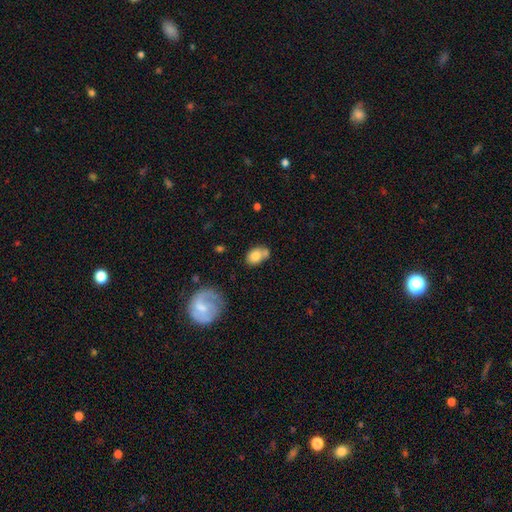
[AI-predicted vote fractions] Smooth or featured? smooth (76%)
How rounded? in between (75%)
Merging? none (46%)